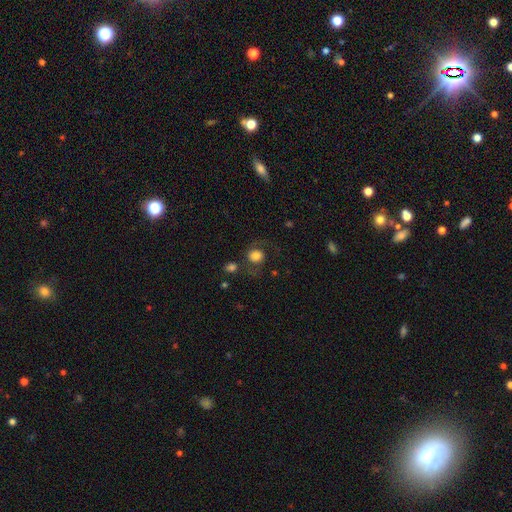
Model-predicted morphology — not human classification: Q: Smooth or featured?
A: smooth (61%); runner-up: featured or disk (29%)
Q: How rounded?
A: round (77%); runner-up: in between (22%)
Q: Merging?
A: none (59%); runner-up: major disturbance (17%)